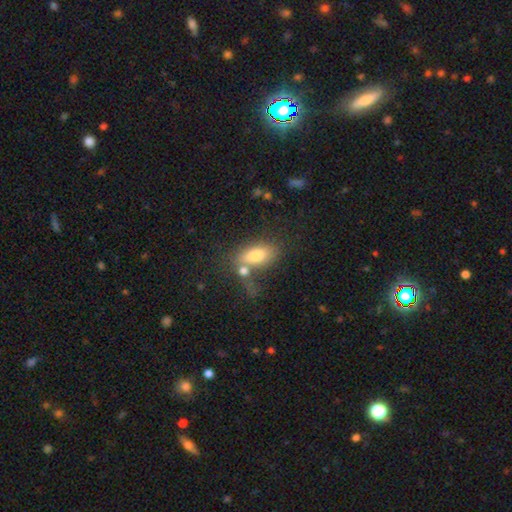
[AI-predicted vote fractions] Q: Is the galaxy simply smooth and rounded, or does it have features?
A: smooth — 74%.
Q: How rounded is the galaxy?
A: in between — 85%.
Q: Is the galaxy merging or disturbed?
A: none — 49%.